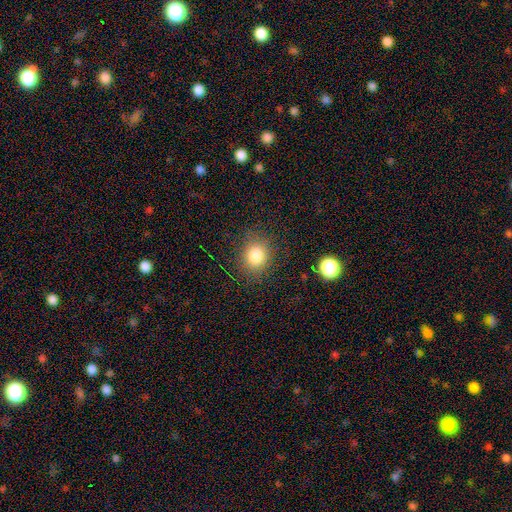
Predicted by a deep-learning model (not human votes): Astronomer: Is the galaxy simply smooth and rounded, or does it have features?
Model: smooth — 81%.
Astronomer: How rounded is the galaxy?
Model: round — 72%.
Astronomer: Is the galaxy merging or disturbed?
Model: none — 85%.